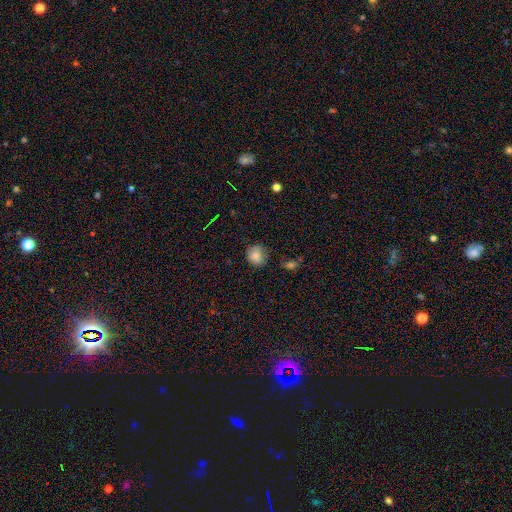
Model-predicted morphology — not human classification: Smooth or featured?
  - smooth: 81% *
  - star or artifact: 11%
  - featured or disk: 8%
How rounded?
  - round: 81% *
  - in between: 18%
  - cigar-shaped: 1%
Merging?
  - none: 74% *
  - minor disturbance: 21%
  - major disturbance: 4%
  - merger: 2%